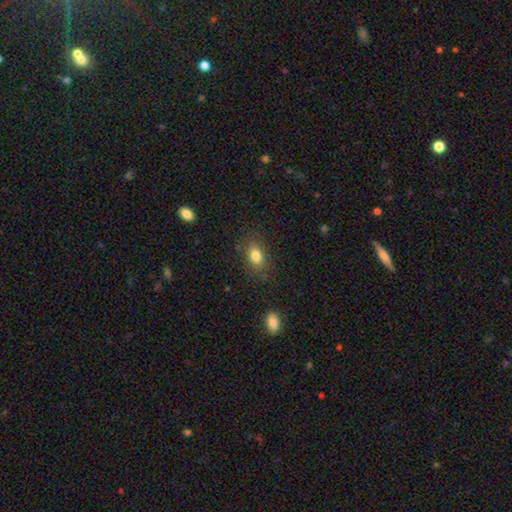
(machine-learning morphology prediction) This is clearly a smooth galaxy (81%). How rounded: clearly in between (81%). Merging: clearly none (81%).